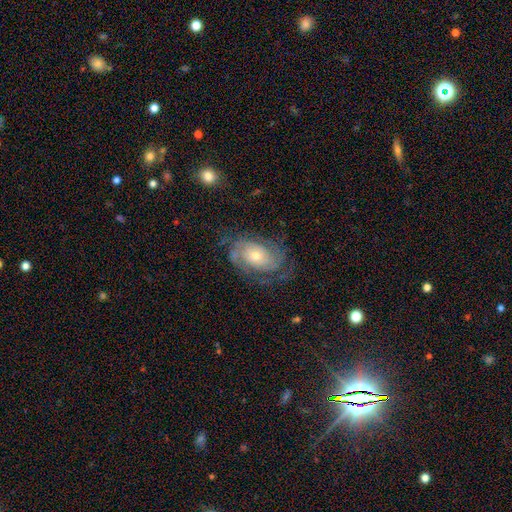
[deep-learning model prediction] featured or disk 81%, smooth 13%, star or artifact 6%. Down the decision tree: edge-on disk — no (96%); bar — no (76%); spiral arms — yes (93%); spiral arm count — 2 (35%); spiral winding — tight (55%); bulge size — small (50%); merging — none (66%).